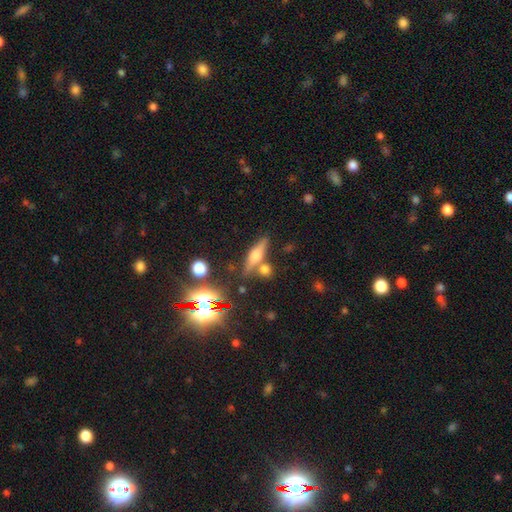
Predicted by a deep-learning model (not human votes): Q: Smooth or featured?
A: featured or disk (47%); runner-up: smooth (38%)
Q: Merging?
A: none (68%); runner-up: merger (15%)